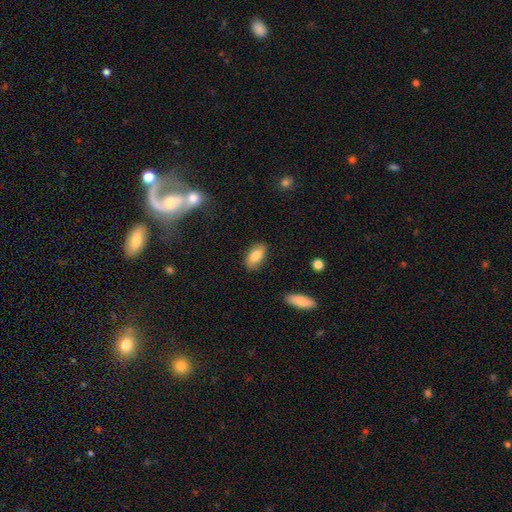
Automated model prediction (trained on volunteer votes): smooth 81%, featured or disk 12%, star or artifact 7%. Down the decision tree: how rounded — in between (92%); merging — none (84%).